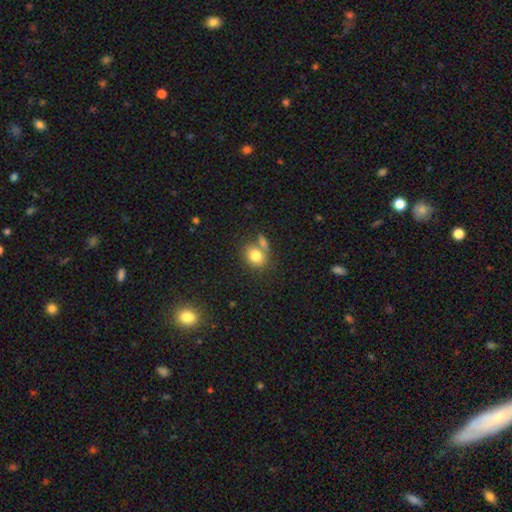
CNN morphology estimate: type=smooth (80%); roundness=round (56%); merging=none (53%).